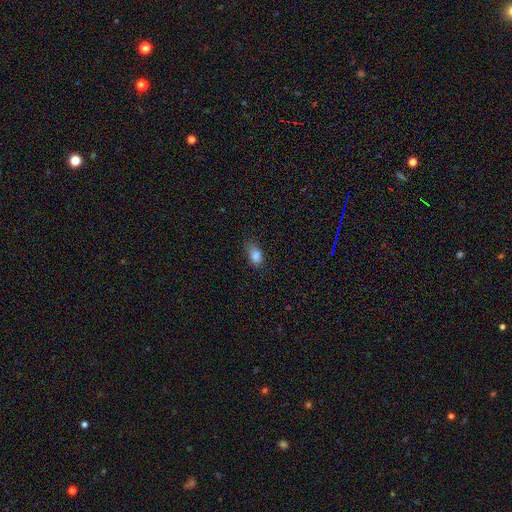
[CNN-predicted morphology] type=smooth (82%); roundness=in between (85%); merging=none (50%).